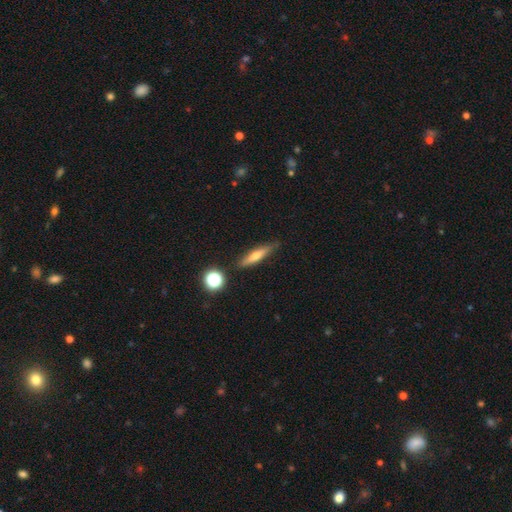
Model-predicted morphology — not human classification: Smooth or featured? smooth (52%)
How rounded? cigar-shaped (80%)
Merging? none (82%)